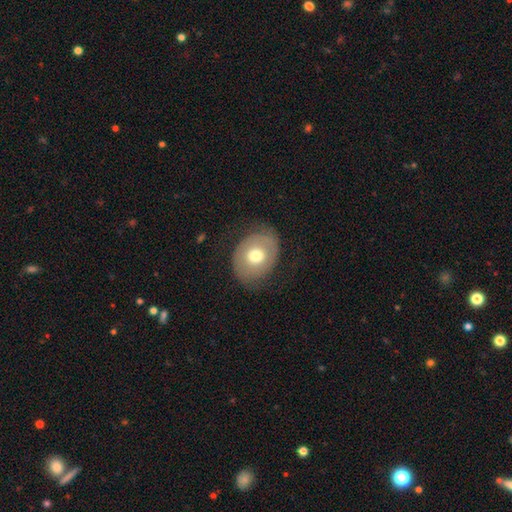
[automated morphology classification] A smooth galaxy with no disk features (58%) that is in between round and cigar-shaped (56%).

Vote fractions:
- Smooth or featured? smooth: 58% / featured or disk: 35% / star or artifact: 7%
- How rounded? in between: 56% / round: 43% / cigar-shaped: 1%
- Merging? none: 72% / minor disturbance: 19% / major disturbance: 8% / merger: 1%